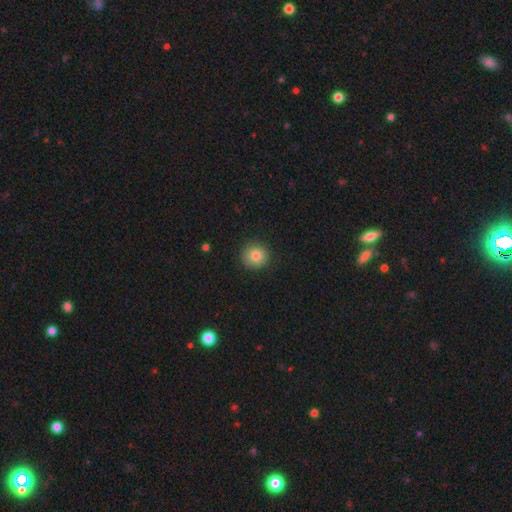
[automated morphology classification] A smooth galaxy with no disk features (81%) that is round (92%).

Vote fractions:
- Smooth or featured? smooth: 81% / featured or disk: 10% / star or artifact: 9%
- How rounded? round: 92% / in between: 7% / cigar-shaped: 1%
- Merging? none: 87% / minor disturbance: 10% / major disturbance: 2% / merger: 1%